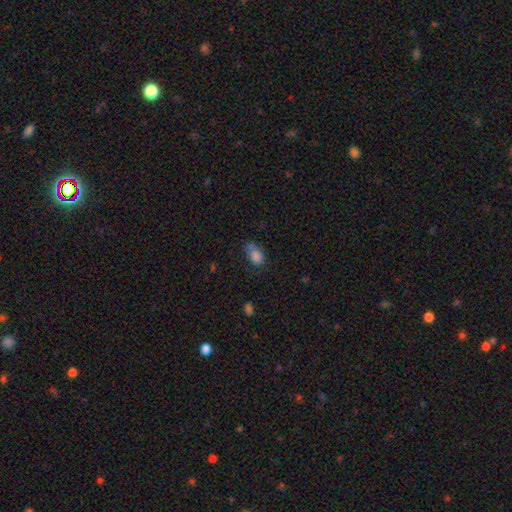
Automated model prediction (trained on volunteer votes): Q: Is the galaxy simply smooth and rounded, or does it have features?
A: smooth — 80%.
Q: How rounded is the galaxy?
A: in between — 83%.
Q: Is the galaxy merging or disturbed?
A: none — 46%.